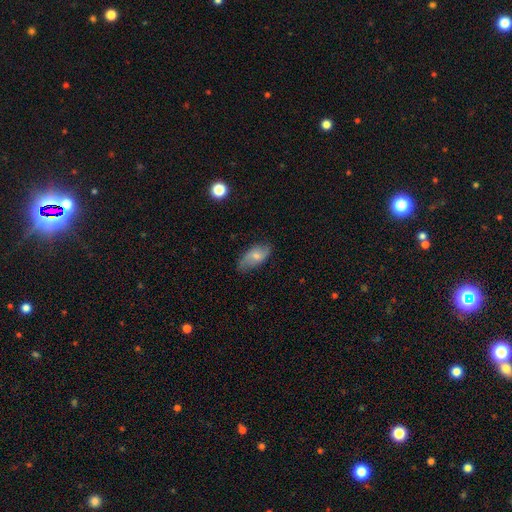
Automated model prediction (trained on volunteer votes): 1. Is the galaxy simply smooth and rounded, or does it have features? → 63% smooth, 30% featured or disk, 7% star or artifact.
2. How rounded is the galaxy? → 90% in between, 6% cigar-shaped, 4% round.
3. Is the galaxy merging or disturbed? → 70% none, 23% minor disturbance, 6% major disturbance, 1% merger.